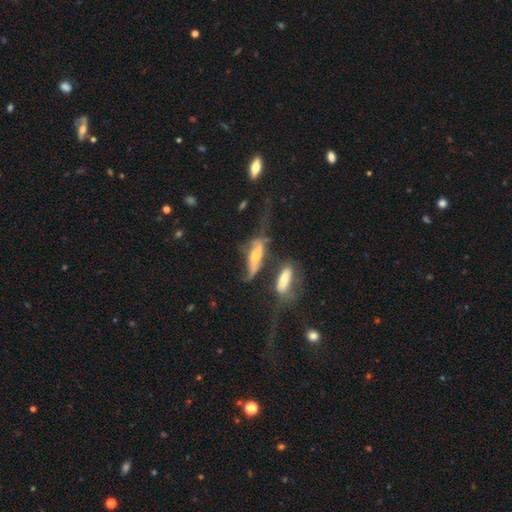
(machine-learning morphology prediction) Overall: featured or disk (55%; smooth 36%). Edge-on disk: no (53%; yes 47%). Merging: major disturbance (31%, tied with merger).